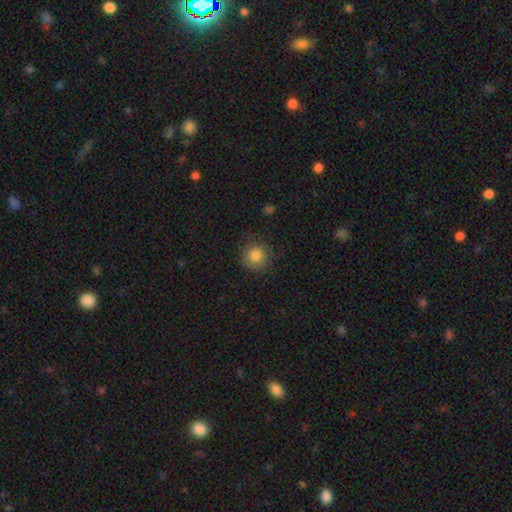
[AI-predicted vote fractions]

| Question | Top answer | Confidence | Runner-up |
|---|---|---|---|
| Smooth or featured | smooth | 83% | star or artifact (11%) |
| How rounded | round | 92% | in between (7%) |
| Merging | none | 83% | minor disturbance (12%) |